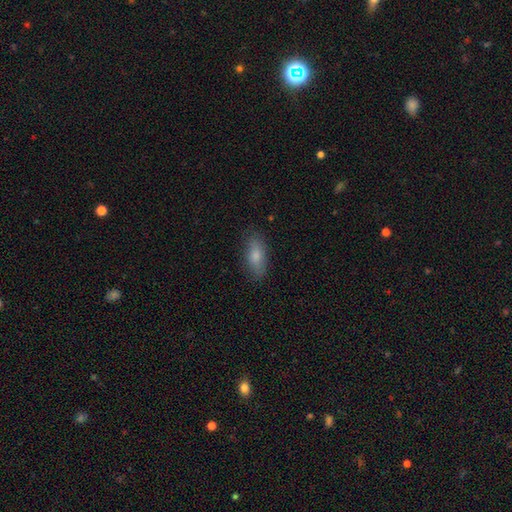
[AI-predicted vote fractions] This is likely a smooth galaxy (79%). How rounded: clearly in between (81%). Merging: clearly none (81%).